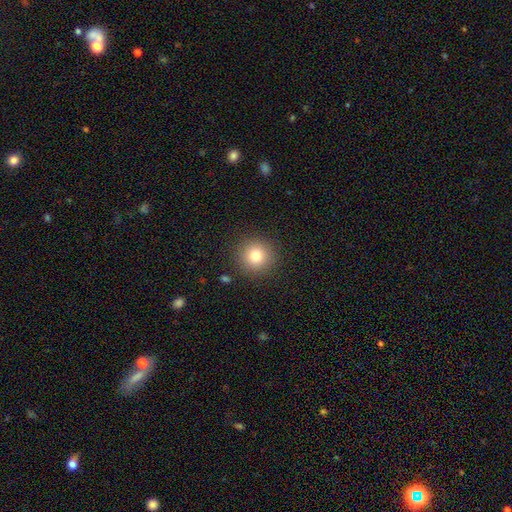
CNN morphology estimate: Smooth or featured? smooth (79%)
How rounded? round (94%)
Merging? none (90%)